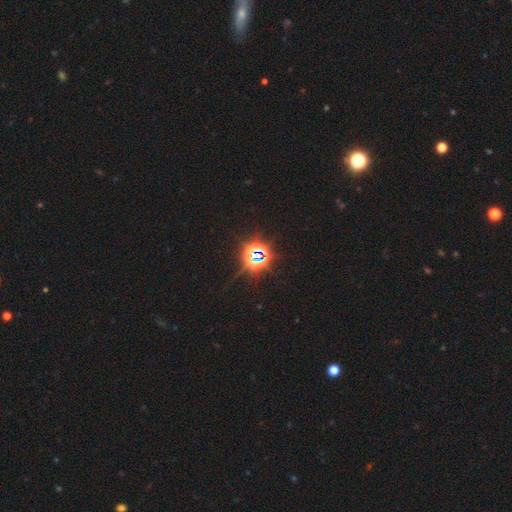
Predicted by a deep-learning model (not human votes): Smooth or featured: star or artifact — 80% (smooth — 12%)